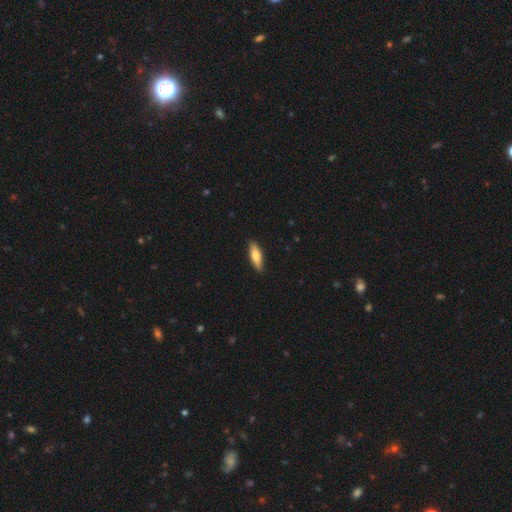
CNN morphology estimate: This is likely a smooth galaxy (76%). How rounded: possibly in between (49%, tied with cigar-shaped). Merging: clearly none (89%).